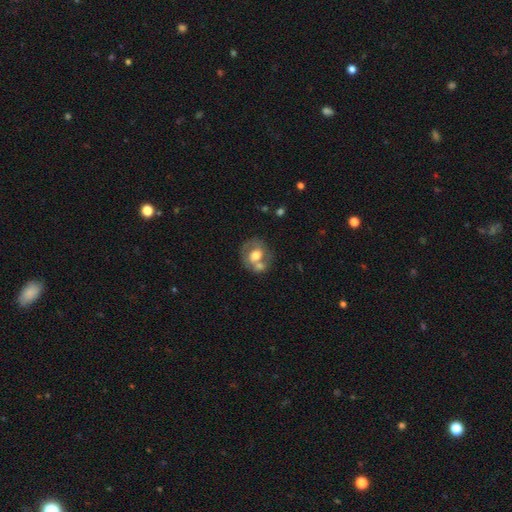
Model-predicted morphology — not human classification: Q: Smooth or featured?
A: featured or disk (48%); runner-up: smooth (44%)
Q: Merging?
A: none (39%); runner-up: merger (38%)